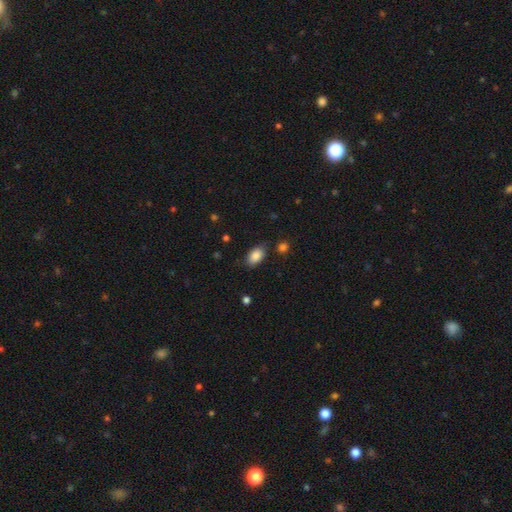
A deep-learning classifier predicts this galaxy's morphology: Overall: smooth (87%). How rounded: in between (89%). Merging: none (79%).